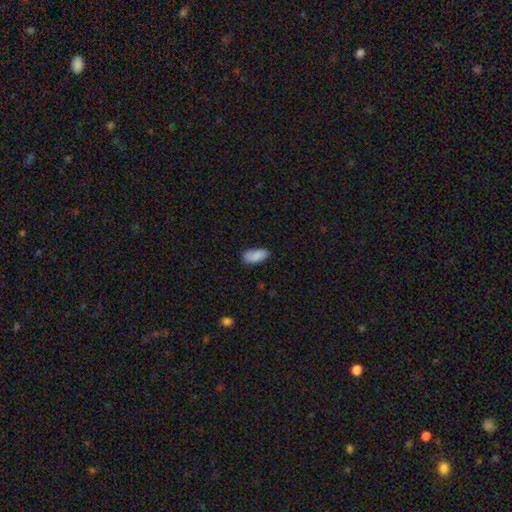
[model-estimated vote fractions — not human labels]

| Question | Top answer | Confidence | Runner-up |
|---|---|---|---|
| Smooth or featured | smooth | 87% | star or artifact (7%) |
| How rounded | in between | 92% | cigar-shaped (6%) |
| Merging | none | 72% | minor disturbance (22%) |